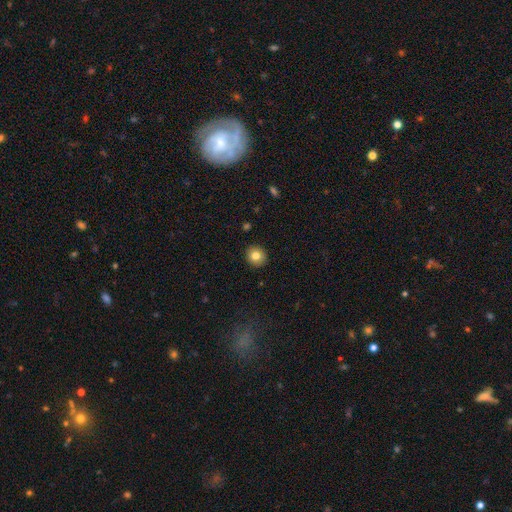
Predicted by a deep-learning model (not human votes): Overall: smooth (81%). How rounded: round (83%). Merging: none (91%).